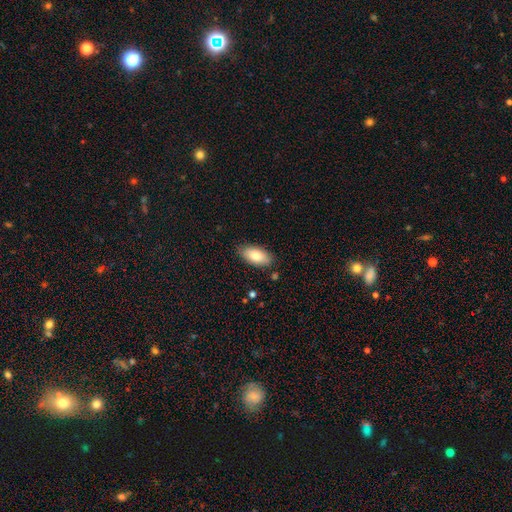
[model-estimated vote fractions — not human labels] smooth-or-featured: smooth: 80% | featured or disk: 14% | star or artifact: 6%
  how-rounded: in between: 91% | cigar-shaped: 6% | round: 3%
  merging: none: 85% | minor disturbance: 11% | major disturbance: 2% | merger: 2%